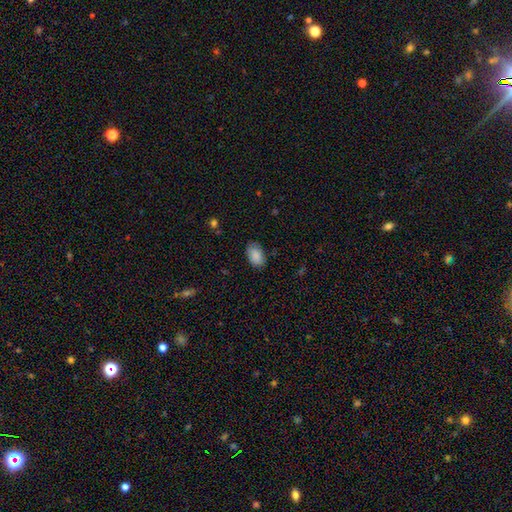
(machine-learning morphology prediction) smooth_or_featured: smooth (p=0.89) [alt: star or artifact p=0.07]
how_rounded: in between (p=0.92) [alt: round p=0.07]
merging: none (p=0.82) [alt: minor disturbance p=0.14]